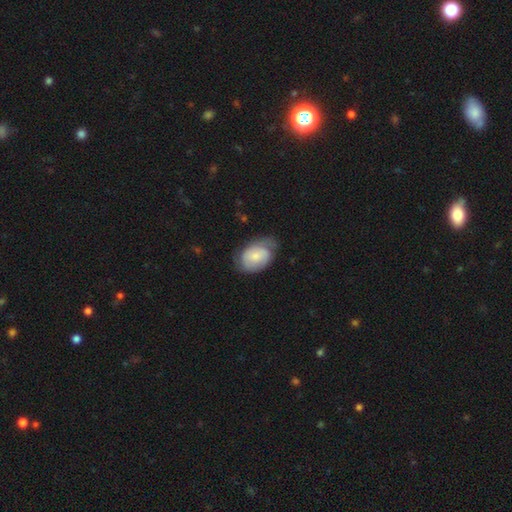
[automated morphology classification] smooth 52%, featured or disk 42%, star or artifact 6%. Down the decision tree: how rounded — in between (81%); merging — none (51%).